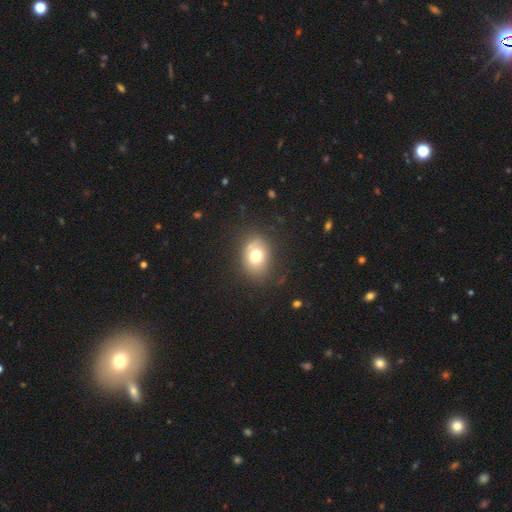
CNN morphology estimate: smooth 70%, featured or disk 19%, star or artifact 11%. Down the decision tree: how rounded — in between (60%); merging — none (74%).